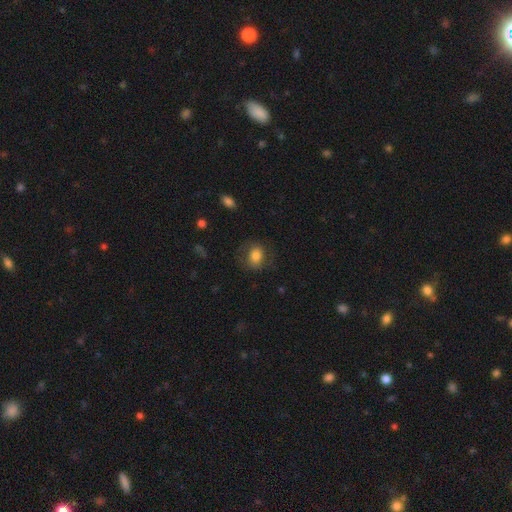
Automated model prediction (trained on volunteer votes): A smooth galaxy with no disk features (73%) that is in between round and cigar-shaped (52%).

Vote fractions:
- Smooth or featured? smooth: 73% / featured or disk: 18% / star or artifact: 9%
- How rounded? in between: 52% / round: 47% / cigar-shaped: 1%
- Merging? none: 70% / minor disturbance: 18% / major disturbance: 11% / merger: 1%